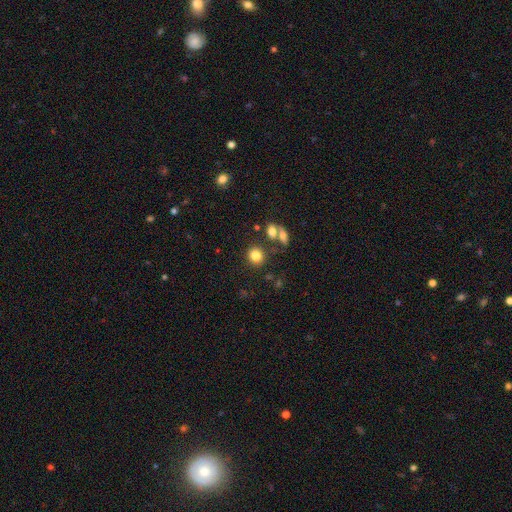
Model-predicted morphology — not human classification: A smooth galaxy with no disk features (81%) that is round (81%). Merging: none (76%).